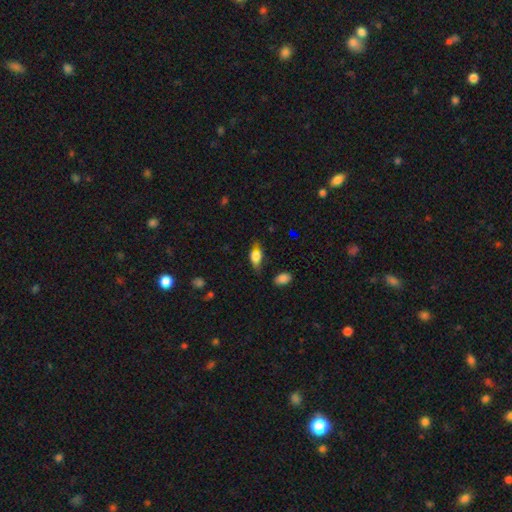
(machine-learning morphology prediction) This is likely a smooth galaxy (66%). How rounded: likely in between (80%). Merging: likely none (64%).